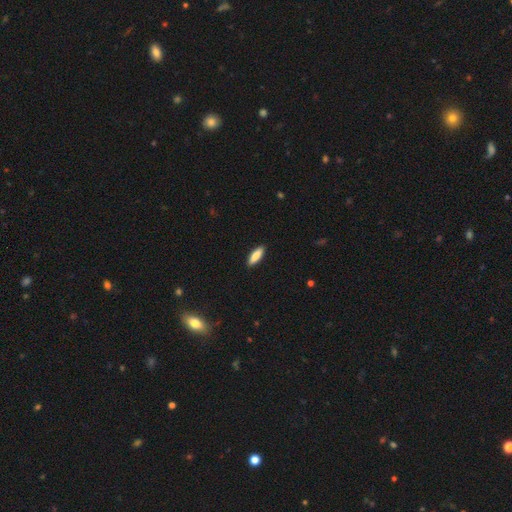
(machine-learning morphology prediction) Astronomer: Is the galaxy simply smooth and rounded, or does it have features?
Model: smooth — 85%.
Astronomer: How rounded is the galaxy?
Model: in between — 51% (runner-up: cigar-shaped, 47%).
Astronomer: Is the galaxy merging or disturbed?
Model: none — 90%.